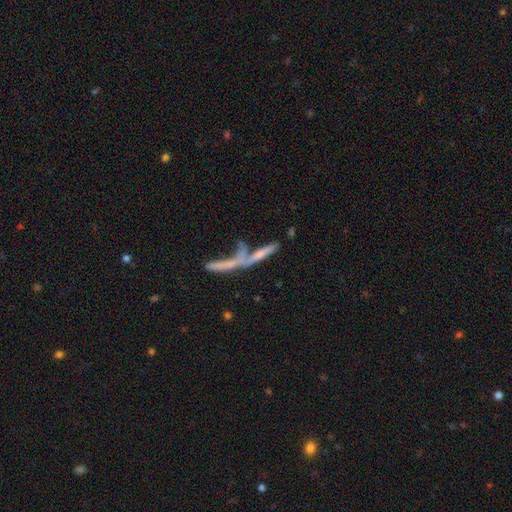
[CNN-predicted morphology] type=featured or disk (49%); merging=merger (50%).